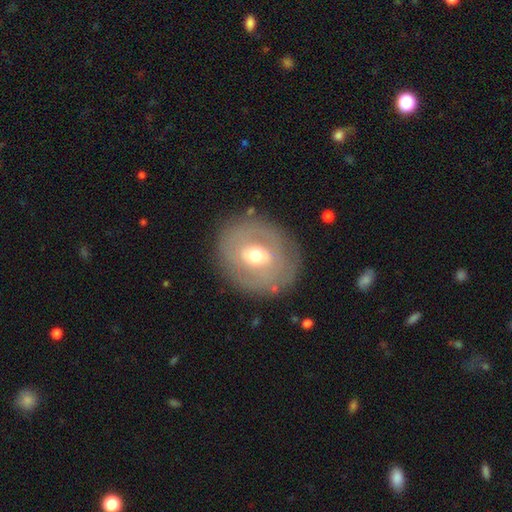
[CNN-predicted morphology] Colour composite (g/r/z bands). It shows a featured or disk galaxy (57%) with a weak bar (41%), no spiral arms (66%) and a moderate central bulge (67%). Merging: none (81%).